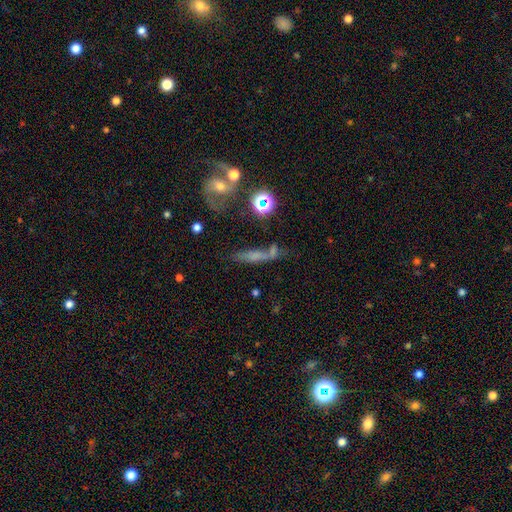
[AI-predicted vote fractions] smooth-or-featured: smooth: 46% | featured or disk: 35% | star or artifact: 19%
  merging: none: 49% | merger: 20% | minor disturbance: 19% | major disturbance: 12%